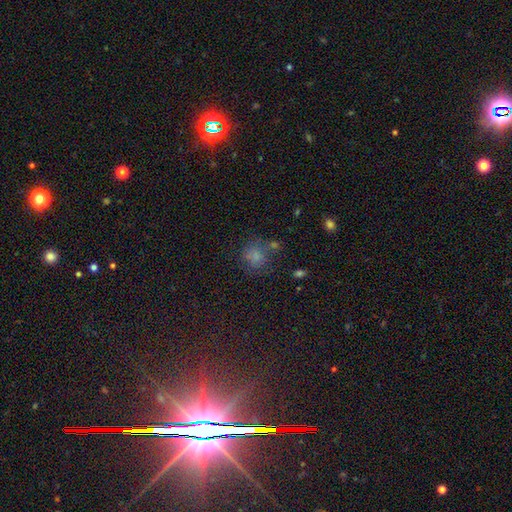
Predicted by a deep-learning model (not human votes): A smooth galaxy with no disk features (66%) that is round (77%).

Vote fractions:
- Smooth or featured? smooth: 66% / star or artifact: 21% / featured or disk: 13%
- How rounded? round: 77% / in between: 22% / cigar-shaped: 1%
- Merging? none: 56% / minor disturbance: 19% / major disturbance: 13% / merger: 12%